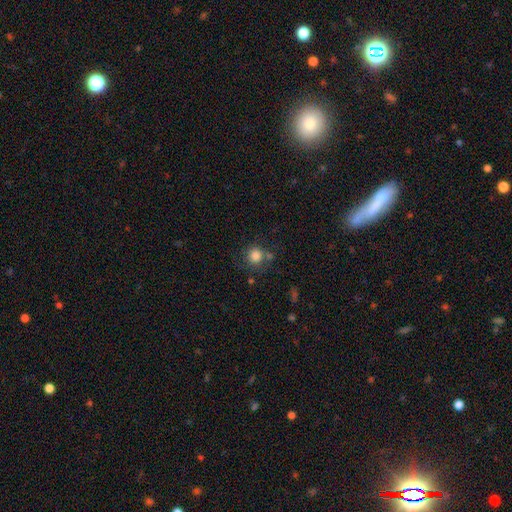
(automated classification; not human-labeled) smooth_or_featured: smooth (p=0.82) [alt: star or artifact p=0.10]
how_rounded: round (p=0.90) [alt: in between p=0.09]
merging: none (p=0.64) [alt: minor disturbance p=0.16]